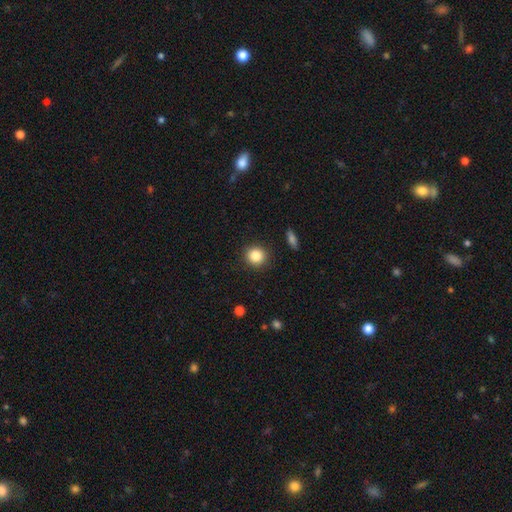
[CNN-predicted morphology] Overall: smooth (85%). How rounded: round (88%). Merging: none (90%).